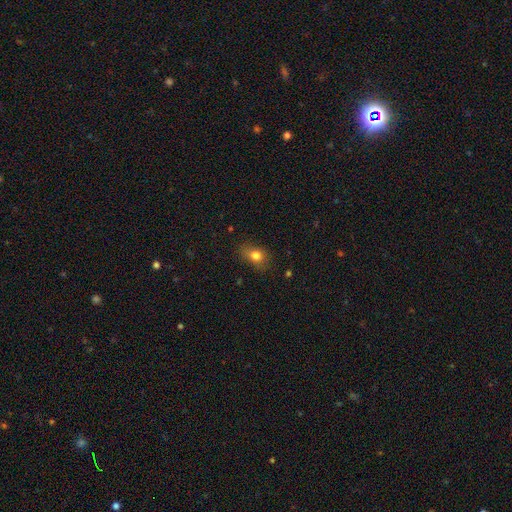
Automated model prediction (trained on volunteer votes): Q: Smooth or featured?
A: smooth (78%); runner-up: star or artifact (12%)
Q: How rounded?
A: in between (64%); runner-up: round (33%)
Q: Merging?
A: none (74%); runner-up: minor disturbance (19%)